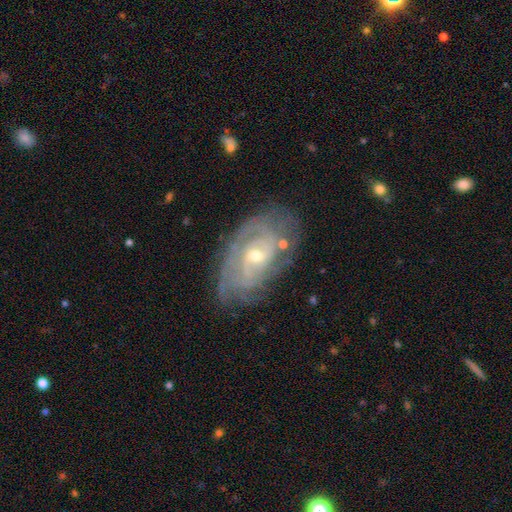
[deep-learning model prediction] Morphology: type=featured or disk (84%); edge-on=no (95%); bar=no (53%); spiral arms=yes (92%); winding=tight (69%); arm count=can't tell (40%); bulge=small (54%); merging=none (71%).